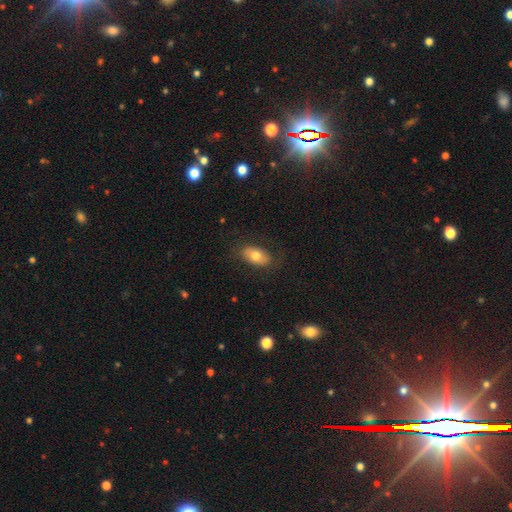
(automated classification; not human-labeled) Smooth or featured: smooth — 73% (featured or disk — 19%)
How rounded: in between — 91% (round — 7%)
Merging: none — 81% (minor disturbance — 13%)